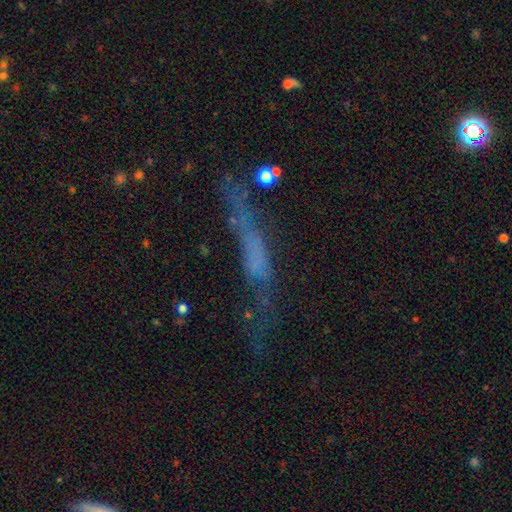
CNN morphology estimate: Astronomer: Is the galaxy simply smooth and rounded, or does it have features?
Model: featured or disk — 44% (runner-up: smooth, 36%).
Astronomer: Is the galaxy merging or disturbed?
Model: none — 40% (runner-up: major disturbance, 30%).